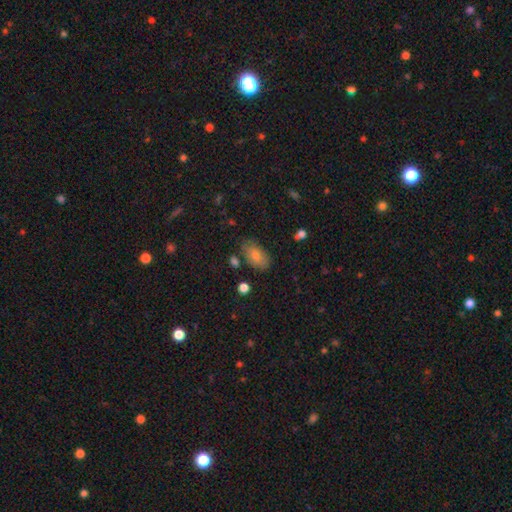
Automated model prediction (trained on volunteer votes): Smooth or featured? smooth (80%)
How rounded? in between (92%)
Merging? none (72%)